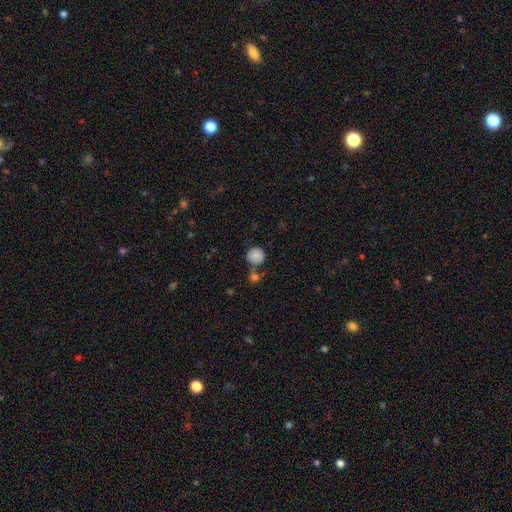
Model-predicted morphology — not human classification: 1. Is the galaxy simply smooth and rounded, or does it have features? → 85% smooth, 9% star or artifact, 7% featured or disk.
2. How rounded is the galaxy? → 89% round, 10% in between, 1% cigar-shaped.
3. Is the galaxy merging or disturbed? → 62% none, 20% merger, 14% minor disturbance, 5% major disturbance.